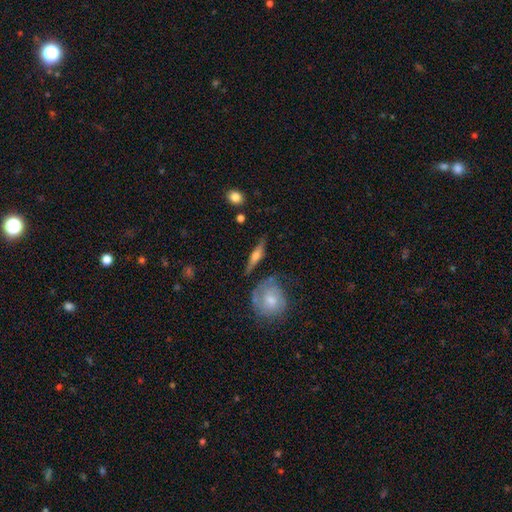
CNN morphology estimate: Q: Smooth or featured?
A: featured or disk (59%); runner-up: smooth (35%)
Q: Edge-on disk?
A: yes (88%); runner-up: no (12%)
Q: Edge-on bulge?
A: rounded (86%); runner-up: boxy (8%)
Q: Merging?
A: none (76%); runner-up: minor disturbance (14%)